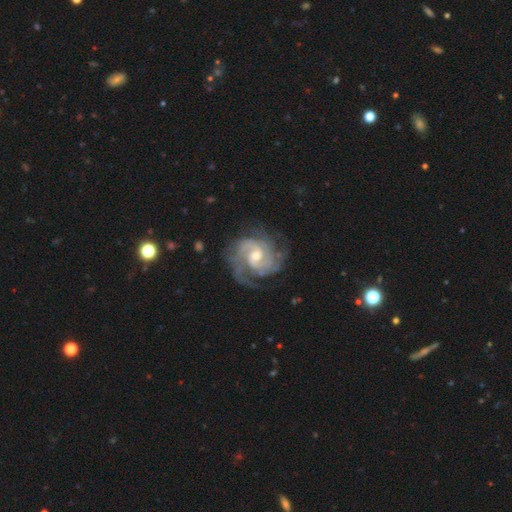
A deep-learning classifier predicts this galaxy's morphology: Smooth or featured: featured or disk — 90% (smooth — 5%)
Edge-on disk: no — 98% (yes — 2%)
Bar: no — 48% (weak — 42%)
Spiral arms: yes — 97% (no — 3%)
Spiral winding: tight — 55% (medium — 37%)
Spiral arm count: 2 — 37% (3 — 23%)
Bulge size: moderate — 64% (small — 27%)
Merging: none — 69% (minor disturbance — 19%)